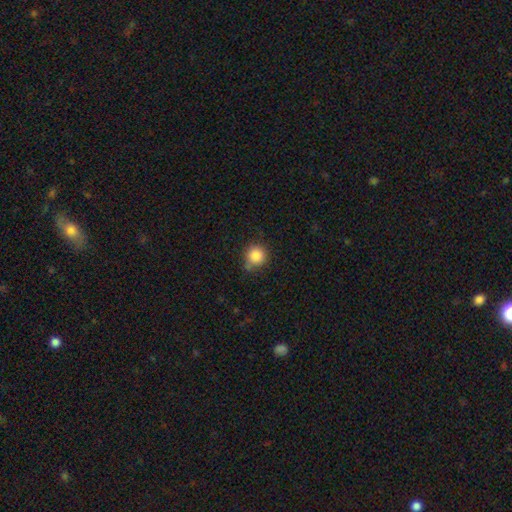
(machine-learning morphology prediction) A smooth galaxy with no disk features (85%) that is round (91%).

Vote fractions:
- Smooth or featured? smooth: 85% / star or artifact: 10% / featured or disk: 5%
- How rounded? round: 91% / in between: 8% / cigar-shaped: 1%
- Merging? none: 66% / minor disturbance: 26% / major disturbance: 5% / merger: 4%